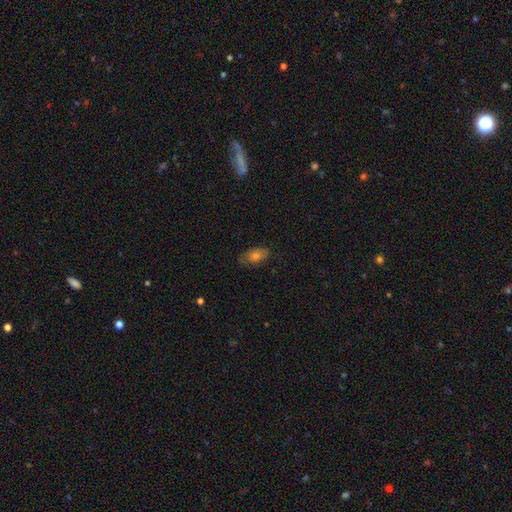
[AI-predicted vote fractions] A smooth galaxy with no disk features (60%) that is in between round and cigar-shaped (84%). Merging: none (77%).